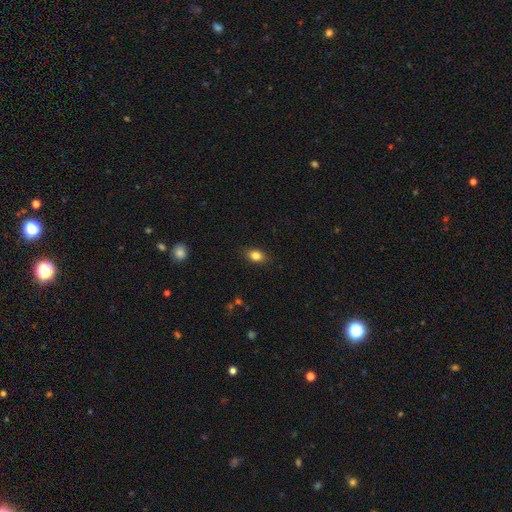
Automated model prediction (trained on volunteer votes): Q: Smooth or featured?
A: smooth (84%); runner-up: star or artifact (10%)
Q: How rounded?
A: in between (77%); runner-up: round (21%)
Q: Merging?
A: none (86%); runner-up: minor disturbance (11%)